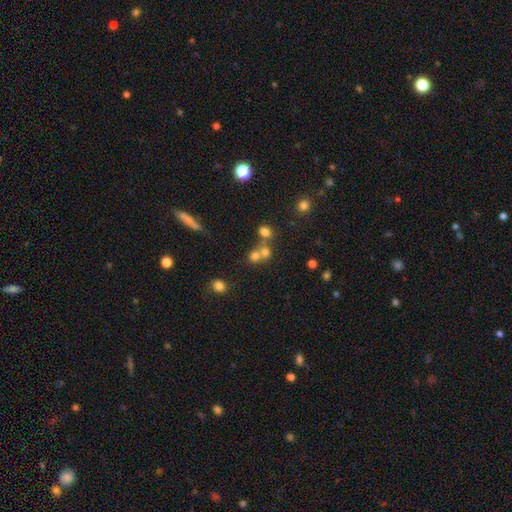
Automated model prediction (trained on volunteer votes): The model was most divided on "merging": merger: 49%, none: 40%, minor disturbance: 7%, major disturbance: 4%. More confident: how rounded — round (81%); smooth or featured — smooth (67%).